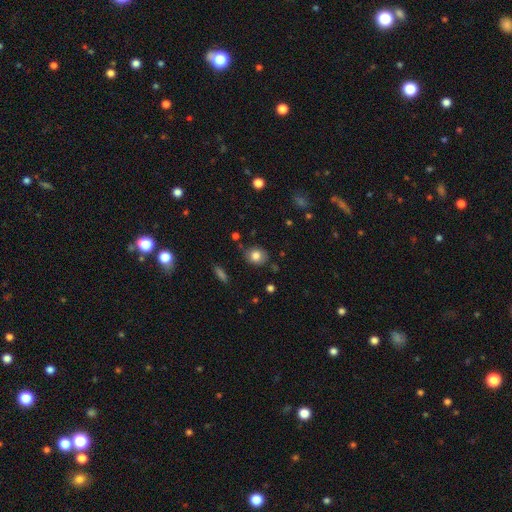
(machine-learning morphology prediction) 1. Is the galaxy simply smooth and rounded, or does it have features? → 81% smooth, 10% star or artifact, 9% featured or disk.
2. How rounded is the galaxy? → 64% round, 35% in between, 1% cigar-shaped.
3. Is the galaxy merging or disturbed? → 80% none, 14% minor disturbance, 3% major disturbance, 3% merger.